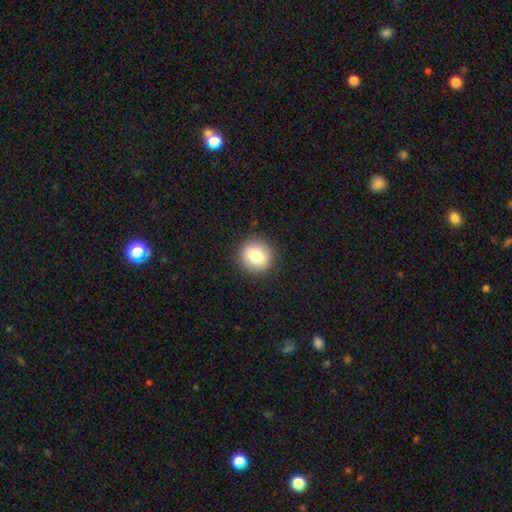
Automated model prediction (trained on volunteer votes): Smooth or featured?
  - smooth: 82% *
  - featured or disk: 9%
  - star or artifact: 9%
How rounded?
  - round: 92% *
  - in between: 8%
  - cigar-shaped: 1%
Merging?
  - none: 91% *
  - minor disturbance: 6%
  - major disturbance: 2%
  - merger: 1%